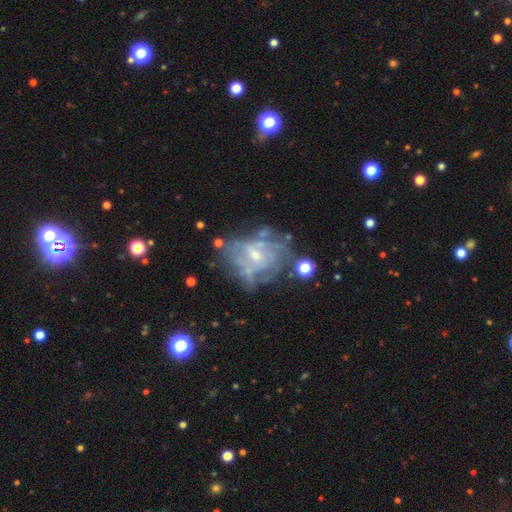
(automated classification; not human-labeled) Smooth or featured?
  - featured or disk: 71% *
  - smooth: 17%
  - star or artifact: 12%
Edge-on disk?
  - no: 97% *
  - yes: 3%
Bar?
  - no: 58% *
  - weak: 35%
  - strong: 7%
Spiral arms?
  - yes: 51% *
  - no: 49%
Bulge size?
  - small: 59% *
  - moderate: 29%
  - none: 9%
  - large: 2%
  - dominant: 1%
Merging?
  - none: 44% *
  - major disturbance: 25%
  - minor disturbance: 22%
  - merger: 9%